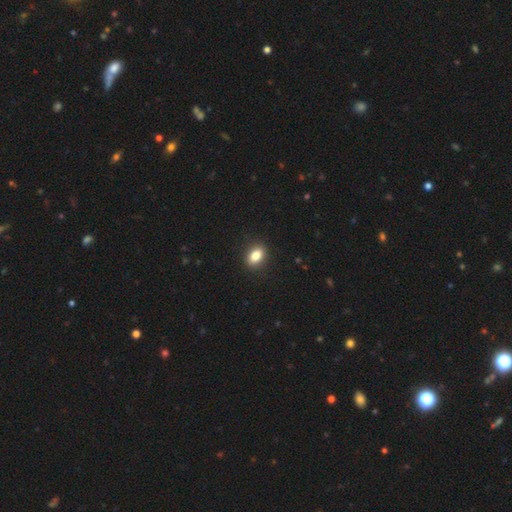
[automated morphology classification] A smooth galaxy with no disk features (84%) that is in between round and cigar-shaped (80%).

Vote fractions:
- Smooth or featured? smooth: 84% / star or artifact: 9% / featured or disk: 8%
- How rounded? in between: 80% / round: 17% / cigar-shaped: 2%
- Merging? none: 90% / minor disturbance: 8% / major disturbance: 2% / merger: 1%